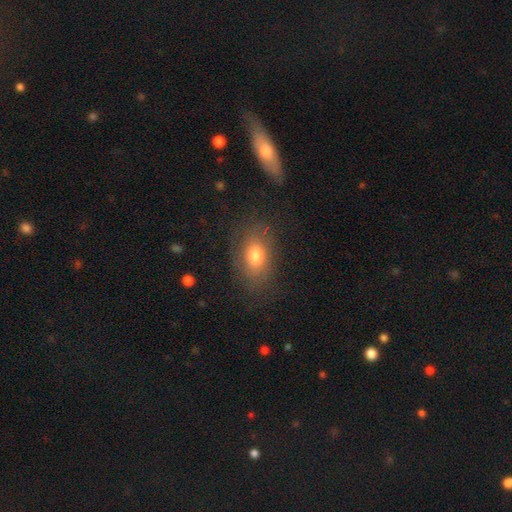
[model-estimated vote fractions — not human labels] A smooth galaxy with no disk features (69%) that is in between round and cigar-shaped (81%). Merging: none (77%).